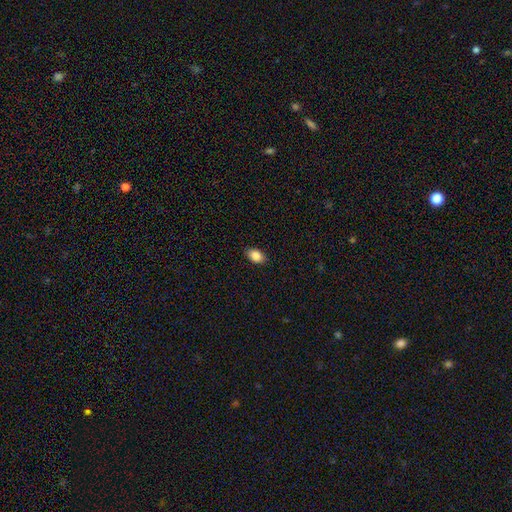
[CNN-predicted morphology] Smooth or featured? smooth (87%)
How rounded? in between (86%)
Merging? none (87%)